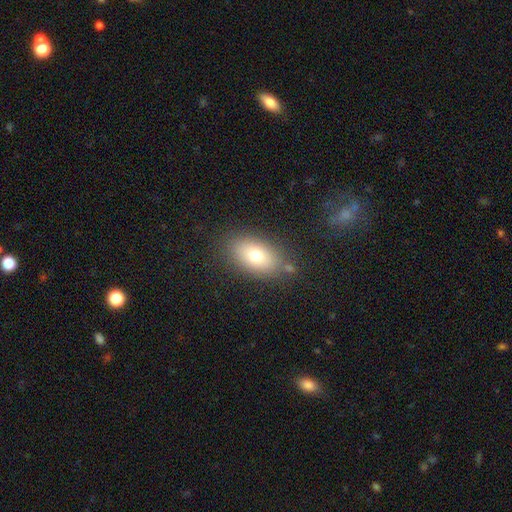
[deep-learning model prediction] Morphology: type=smooth (75%); roundness=in between (88%); merging=none (80%).